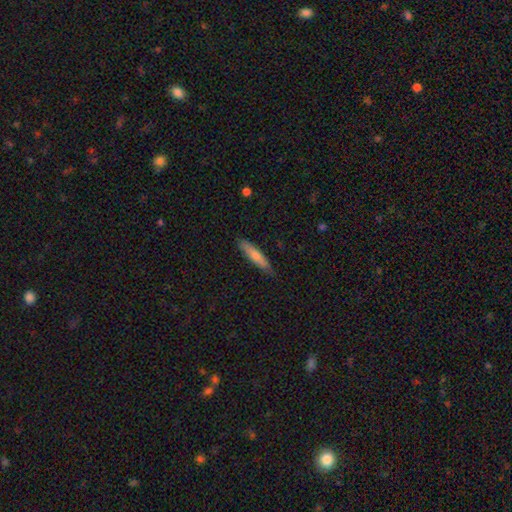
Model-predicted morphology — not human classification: A smooth galaxy with no disk features (71%) that is cigar-shaped (82%). Merging: none (82%).